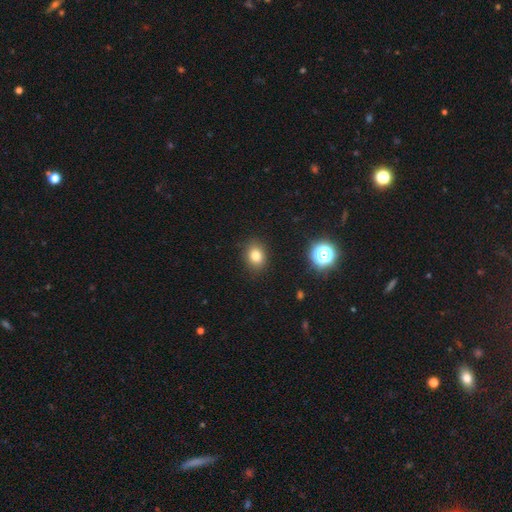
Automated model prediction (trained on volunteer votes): Q: Smooth or featured?
A: smooth (79%); runner-up: star or artifact (13%)
Q: How rounded?
A: in between (54%); runner-up: round (45%)
Q: Merging?
A: none (87%); runner-up: minor disturbance (9%)